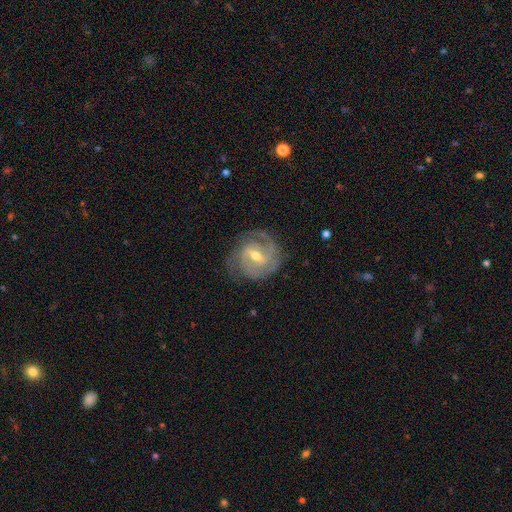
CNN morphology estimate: smooth-or-featured: featured or disk: 88% | smooth: 7% | star or artifact: 5%
  disk-edge-on: no: 97% | yes: 3%
    bar: weak: 52% | strong: 33% | no: 15%
    has-spiral-arms: yes: 96% | no: 4%
      spiral-winding: tight: 53% | medium: 39% | loose: 9%
      spiral-arm-count: 2: 43% | 3: 29% | can't tell: 14% | 1: 5% | 4: 5% | more than 4: 4%
    bulge-size: moderate: 62% | small: 34% | large: 2% | none: 1% | dominant: 1%
  merging: none: 75% | minor disturbance: 17% | major disturbance: 7% | merger: 1%